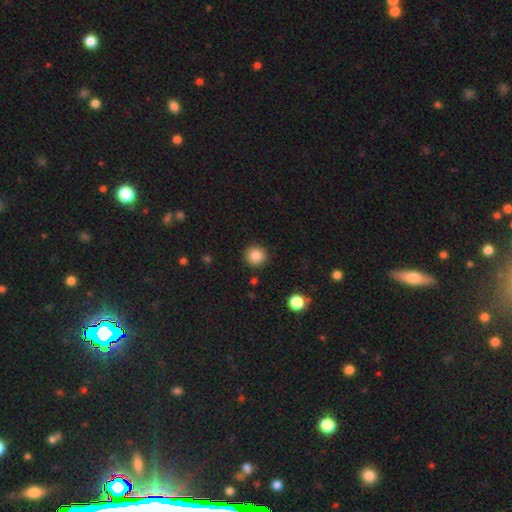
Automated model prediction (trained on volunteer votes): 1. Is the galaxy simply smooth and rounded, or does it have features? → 87% smooth, 10% star or artifact, 3% featured or disk.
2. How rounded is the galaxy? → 94% round, 5% in between, 1% cigar-shaped.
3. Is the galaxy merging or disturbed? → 91% none, 6% minor disturbance, 2% major disturbance, 1% merger.